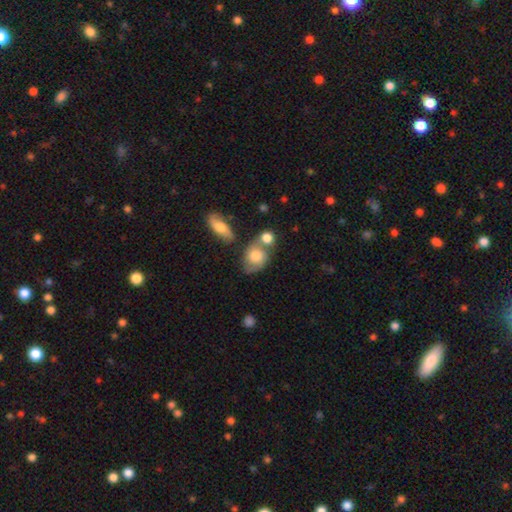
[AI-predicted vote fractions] Smooth or featured: smooth — 60% (featured or disk — 32%)
How rounded: in between — 56% (round — 42%)
Merging: none — 44% (merger — 29%)